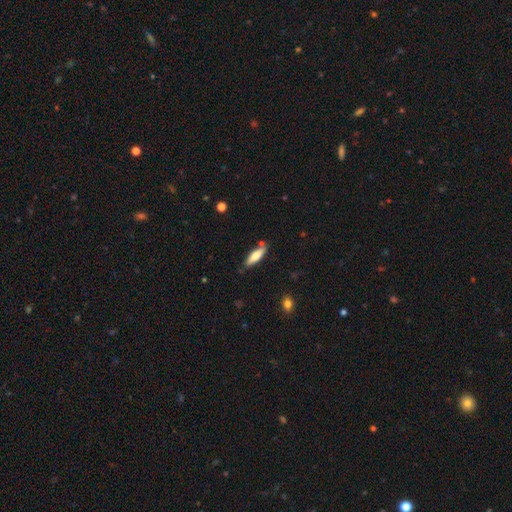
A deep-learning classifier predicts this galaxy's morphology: Smooth or featured: smooth — 71% (featured or disk — 23%)
How rounded: cigar-shaped — 62% (in between — 37%)
Merging: none — 77% (minor disturbance — 15%)